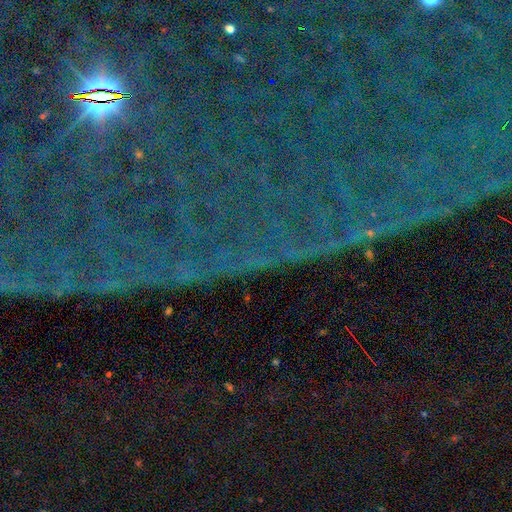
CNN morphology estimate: Smooth or featured: star or artifact — 86% (featured or disk — 8%)